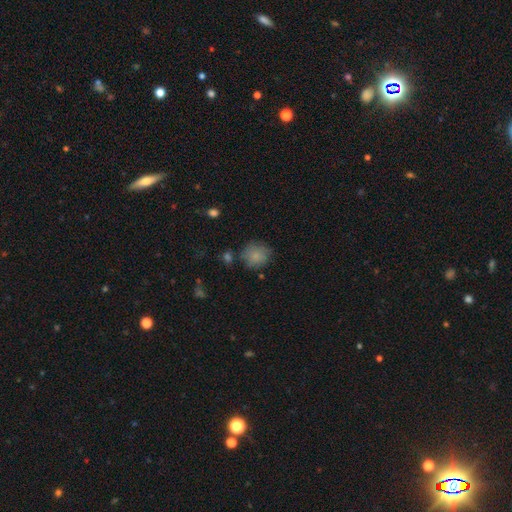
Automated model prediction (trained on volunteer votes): This appears to be a smooth galaxy with no disk features (82%) that is round (86%). Merging: none (69%).